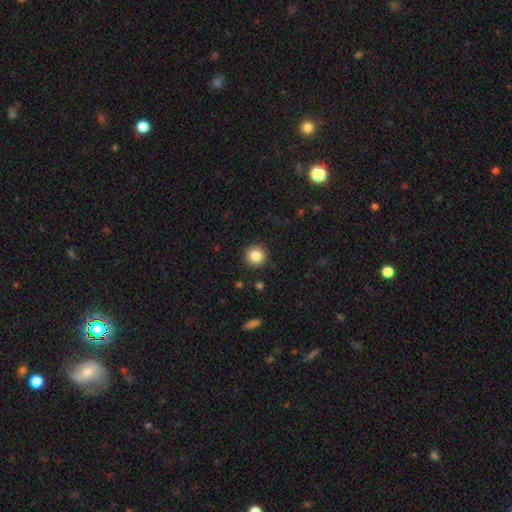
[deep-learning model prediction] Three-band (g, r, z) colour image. It shows a smooth galaxy with no disk features (85%) that is round (94%). Merging: none (91%).